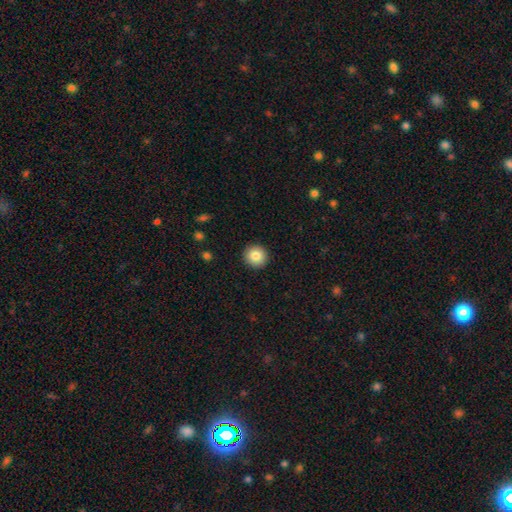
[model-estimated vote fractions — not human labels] smooth 84%, star or artifact 9%, featured or disk 7%. Down the decision tree: how rounded — round (93%); merging — none (93%).